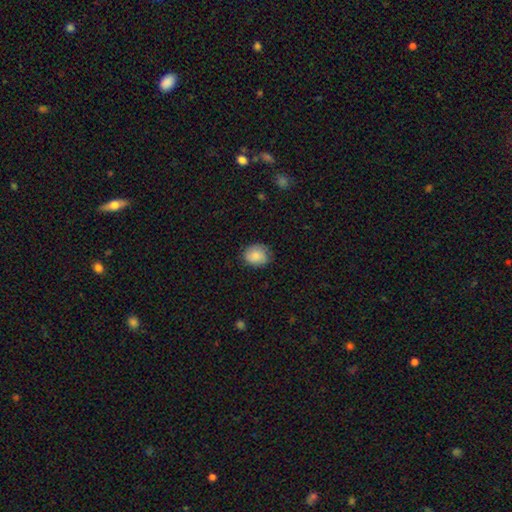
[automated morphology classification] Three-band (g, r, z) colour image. It shows a smooth galaxy with no disk features (85%) that is round (63%). Merging: none (75%).